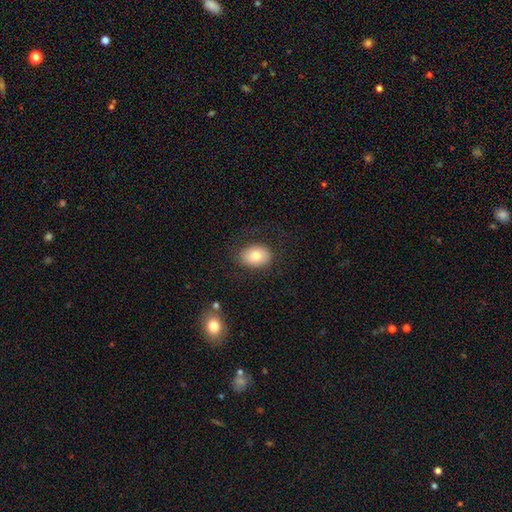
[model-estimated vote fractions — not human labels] Smooth or featured? Predicted: smooth (p=0.79). How rounded? Predicted: in between (p=0.70). Merging? Predicted: none (p=0.82).